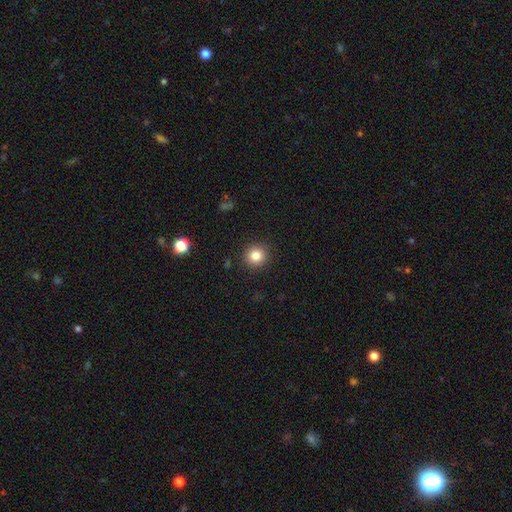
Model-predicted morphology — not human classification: Overall: smooth (83%). How rounded: round (92%). Merging: none (91%).